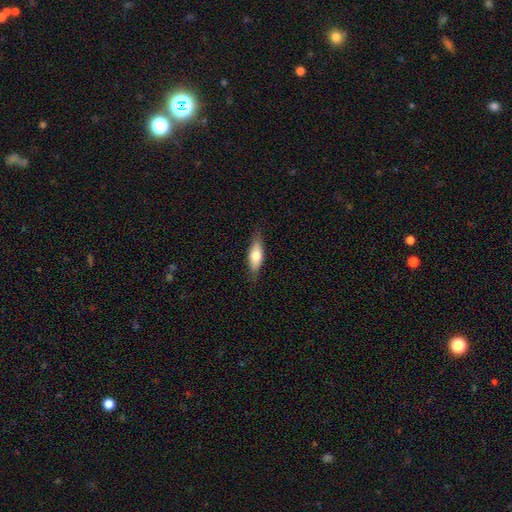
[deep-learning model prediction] Smooth or featured?
  - smooth: 67% *
  - featured or disk: 27%
  - star or artifact: 6%
How rounded?
  - in between: 63% *
  - cigar-shaped: 35%
  - round: 3%
Merging?
  - none: 84% *
  - minor disturbance: 13%
  - major disturbance: 3%
  - merger: 1%